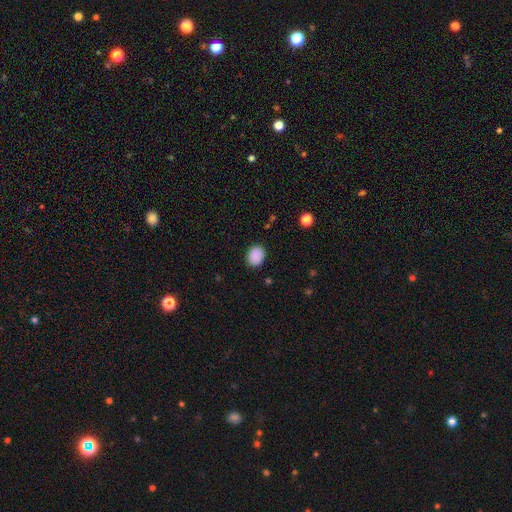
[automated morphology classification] This is clearly a smooth galaxy (88%). How rounded: possibly in between (50%, tied with round). Merging: clearly none (85%).